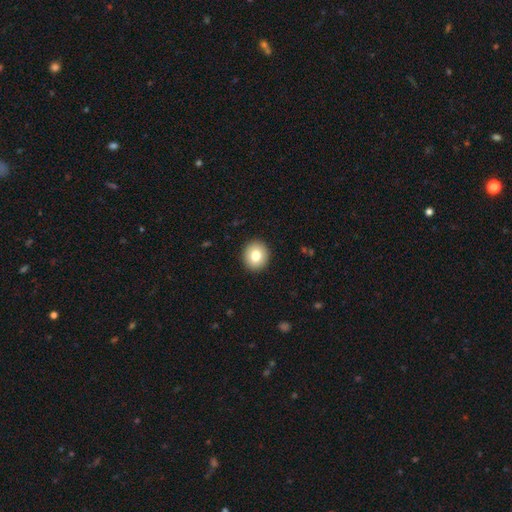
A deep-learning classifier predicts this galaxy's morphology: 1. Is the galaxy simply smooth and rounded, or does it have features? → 80% smooth, 11% featured or disk, 9% star or artifact.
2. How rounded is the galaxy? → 83% round, 16% in between, 1% cigar-shaped.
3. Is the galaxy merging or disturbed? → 92% none, 5% minor disturbance, 2% major disturbance, 1% merger.